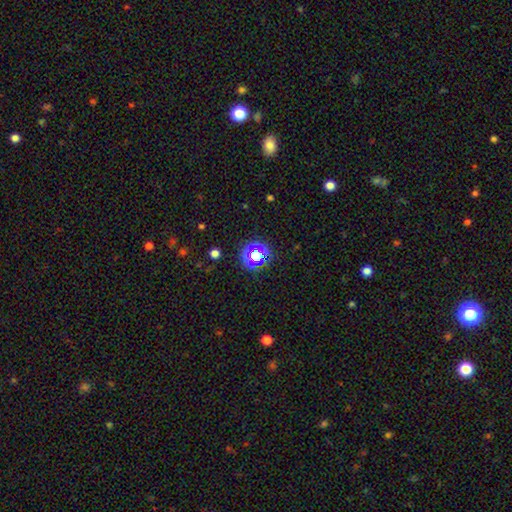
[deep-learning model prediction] Overall: star or artifact (62%; smooth 28%).